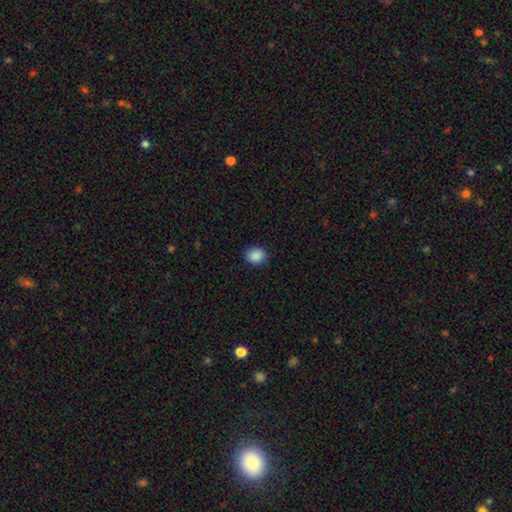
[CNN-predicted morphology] Smooth or featured?
  - smooth: 89% *
  - star or artifact: 8%
  - featured or disk: 3%
How rounded?
  - round: 64% *
  - in between: 36%
  - cigar-shaped: 1%
Merging?
  - none: 87% *
  - minor disturbance: 10%
  - major disturbance: 2%
  - merger: 1%